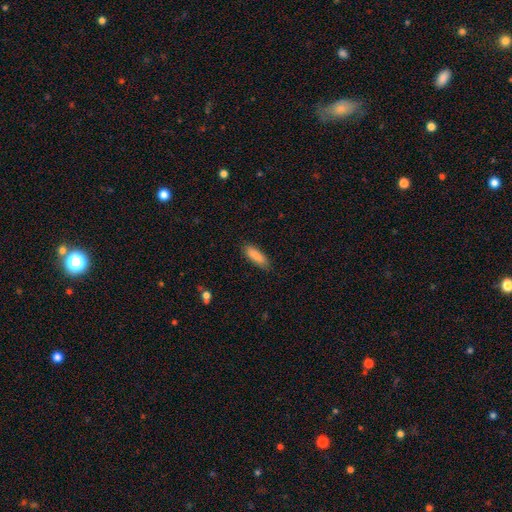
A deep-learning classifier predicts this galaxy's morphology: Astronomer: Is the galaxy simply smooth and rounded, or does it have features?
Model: smooth — 87%.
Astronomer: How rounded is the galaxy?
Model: cigar-shaped — 50% (runner-up: in between, 48%).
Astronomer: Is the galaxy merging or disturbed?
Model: none — 84%.